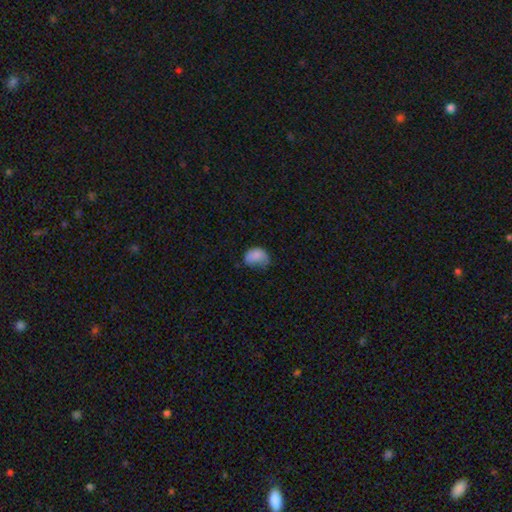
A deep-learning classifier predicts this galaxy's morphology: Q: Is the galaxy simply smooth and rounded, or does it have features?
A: smooth — 79%.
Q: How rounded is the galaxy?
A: in between — 75%.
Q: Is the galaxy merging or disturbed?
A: minor disturbance — 41%.